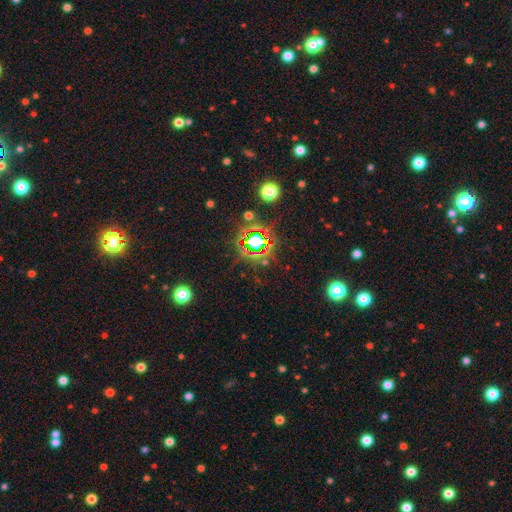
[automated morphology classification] smooth-or-featured: star or artifact: 75% | smooth: 15% | featured or disk: 10%